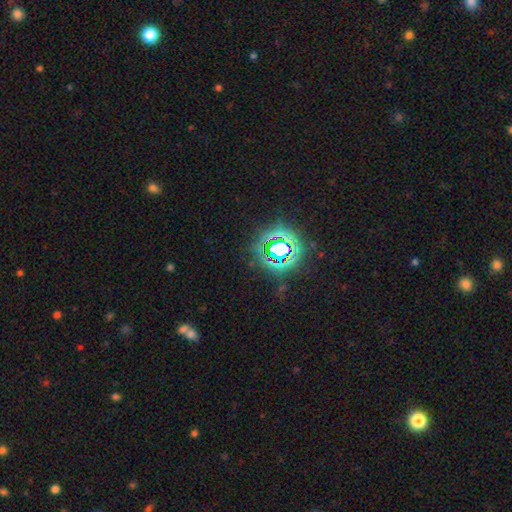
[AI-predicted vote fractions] Morphology: type=star or artifact (81%).